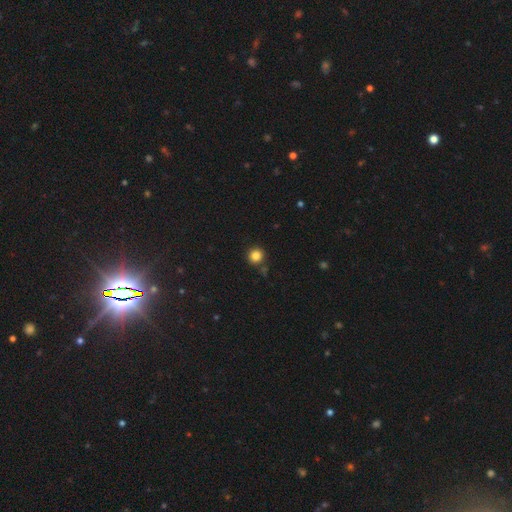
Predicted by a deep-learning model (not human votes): Morphology: type=smooth (84%); roundness=round (94%); merging=none (86%).